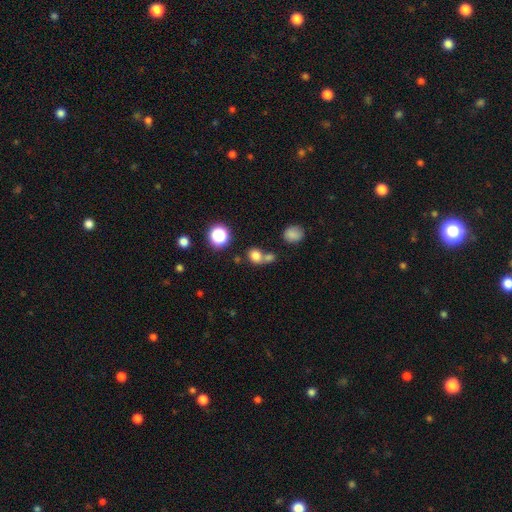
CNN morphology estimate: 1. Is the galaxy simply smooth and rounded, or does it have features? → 77% smooth, 16% star or artifact, 7% featured or disk.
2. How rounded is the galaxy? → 68% round, 31% in between, 1% cigar-shaped.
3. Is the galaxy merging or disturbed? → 49% none, 39% merger, 9% minor disturbance, 4% major disturbance.